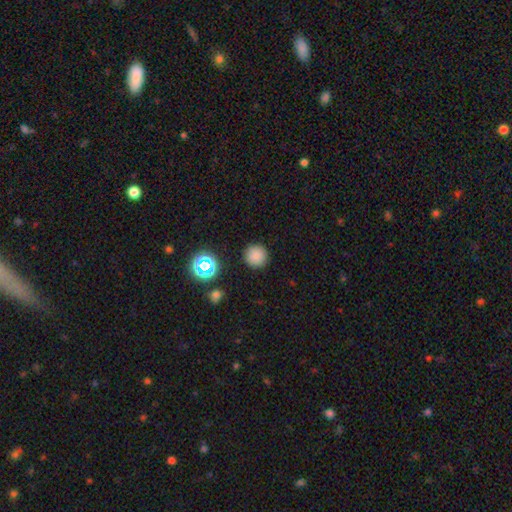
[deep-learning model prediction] This is likely a smooth galaxy (80%). How rounded: clearly round (95%). Merging: clearly none (89%).